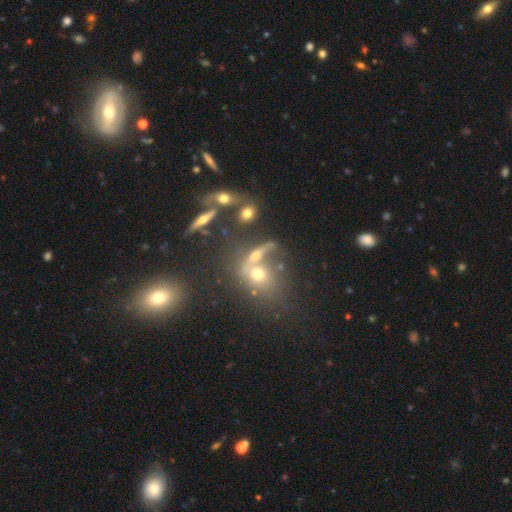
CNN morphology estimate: This is possibly a smooth galaxy (52%). How rounded: possibly in between (46%). Merging: marginally merger (42%).